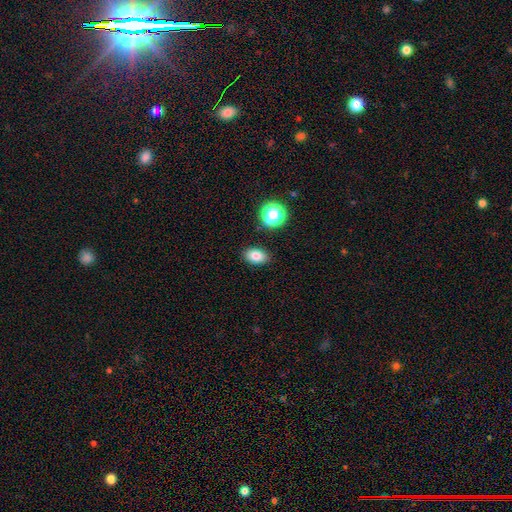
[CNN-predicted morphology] Smooth or featured: smooth — 81% (star or artifact — 11%)
How rounded: in between — 83% (round — 16%)
Merging: none — 87% (minor disturbance — 9%)